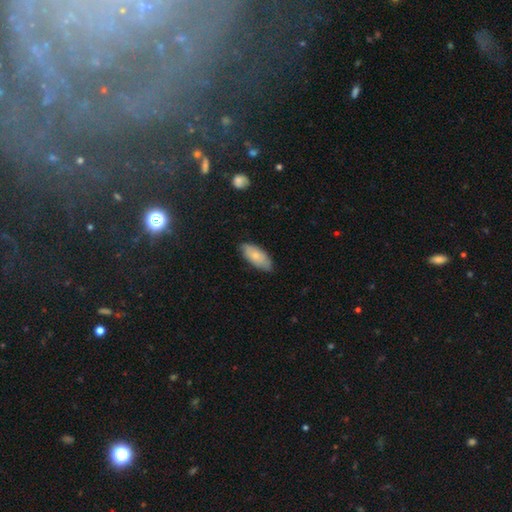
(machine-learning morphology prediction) Q: Smooth or featured?
A: smooth (73%); runner-up: featured or disk (21%)
Q: How rounded?
A: in between (88%); runner-up: cigar-shaped (10%)
Q: Merging?
A: none (76%); runner-up: minor disturbance (20%)